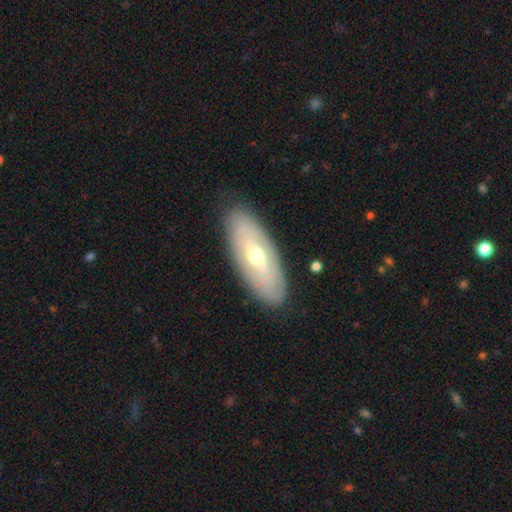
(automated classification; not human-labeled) This appears to be a featured or disk galaxy (55%). Merging: none (87%).